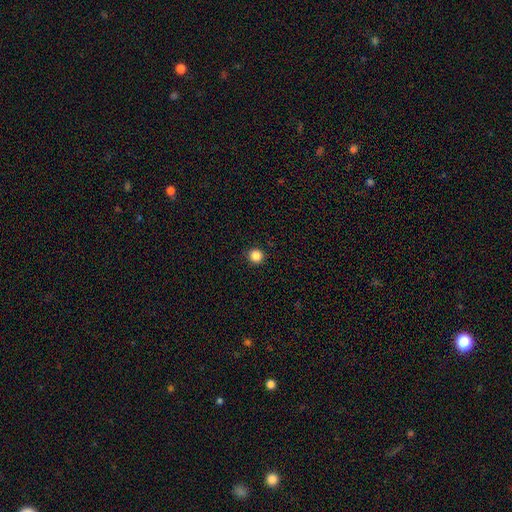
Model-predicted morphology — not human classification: Smooth or featured? Predicted: smooth (p=0.86). How rounded? Predicted: round (p=0.95). Merging? Predicted: none (p=0.93).